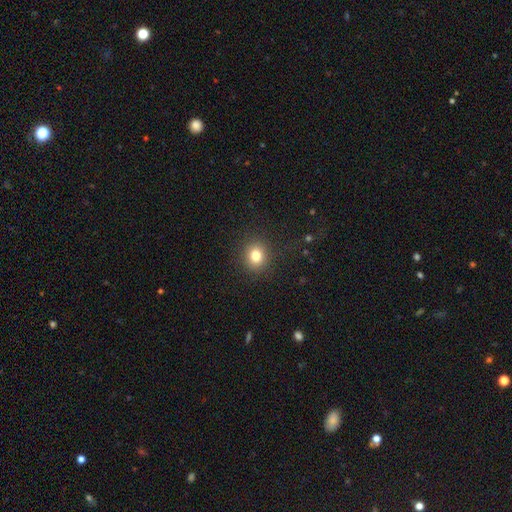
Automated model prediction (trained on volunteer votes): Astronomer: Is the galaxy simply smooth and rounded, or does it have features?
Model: smooth — 80%.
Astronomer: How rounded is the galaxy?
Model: round — 78%.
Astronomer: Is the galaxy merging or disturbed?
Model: none — 89%.